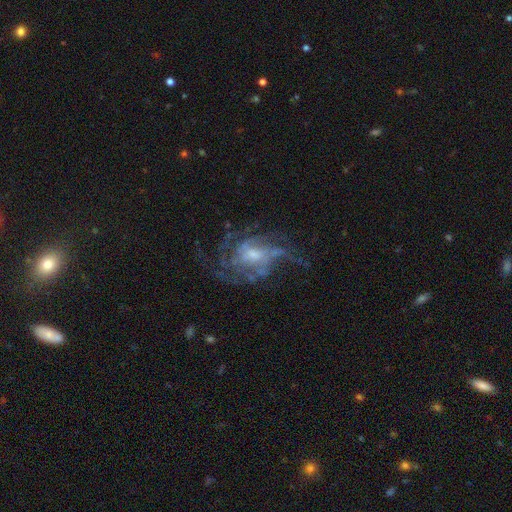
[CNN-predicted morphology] Smooth or featured?
  - featured or disk: 82% *
  - star or artifact: 10%
  - smooth: 8%
Edge-on disk?
  - no: 97% *
  - yes: 3%
Bar?
  - no: 58% *
  - weak: 35%
  - strong: 7%
Spiral arms?
  - yes: 92% *
  - no: 8%
Spiral winding?
  - medium: 45% *
  - tight: 35%
  - loose: 21%
Spiral arm count?
  - can't tell: 29% *
  - 4: 23%
  - 3: 20%
  - 2: 11%
  - more than 4: 9%
  - 1: 7%
Bulge size?
  - moderate: 47% *
  - small: 42%
  - large: 6%
  - none: 5%
  - dominant: 1%
Merging?
  - none: 61% *
  - major disturbance: 21%
  - minor disturbance: 17%
  - merger: 2%